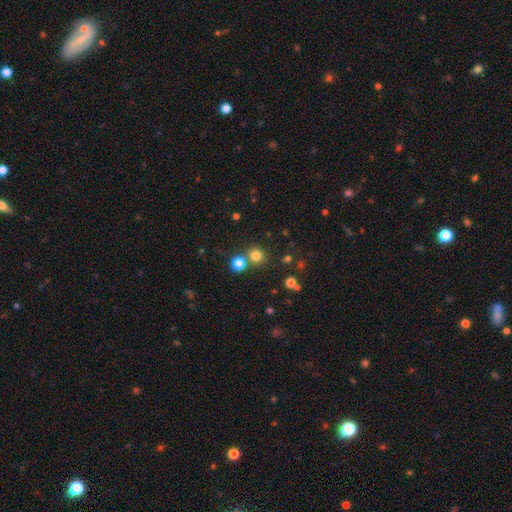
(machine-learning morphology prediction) The model was most divided on "merging": none: 74%, merger: 17%, minor disturbance: 7%, major disturbance: 3%. More confident: how rounded — round (93%); smooth or featured — smooth (78%).